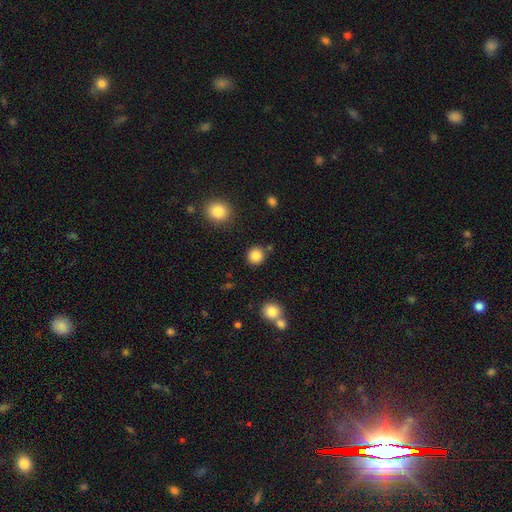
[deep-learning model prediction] The model was most divided on "smooth or featured": smooth: 85%, star or artifact: 10%, featured or disk: 5%. More confident: how rounded — round (89%); merging — none (85%).